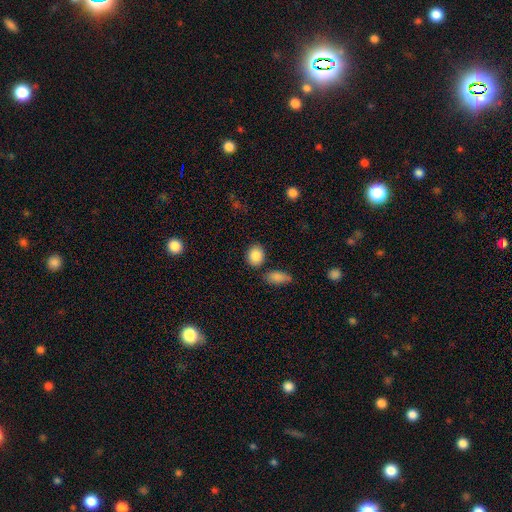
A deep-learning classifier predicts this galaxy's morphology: Smooth or featured? Predicted: smooth (p=0.88). How rounded? Predicted: round (p=0.52). Merging? Predicted: none (p=0.80).